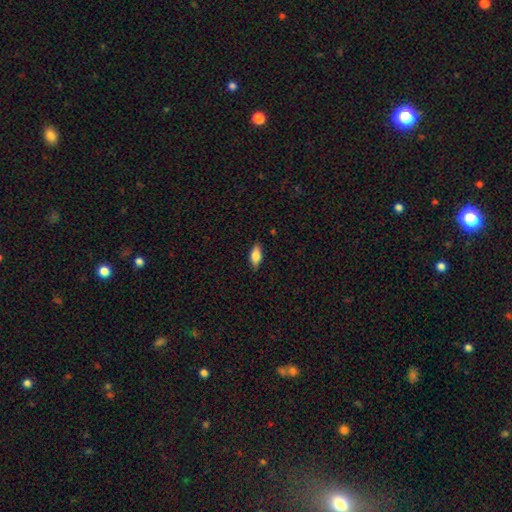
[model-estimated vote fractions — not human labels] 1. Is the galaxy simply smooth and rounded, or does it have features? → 68% smooth, 25% featured or disk, 7% star or artifact.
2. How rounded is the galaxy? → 79% in between, 18% cigar-shaped, 4% round.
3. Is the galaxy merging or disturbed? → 86% none, 11% minor disturbance, 2% major disturbance, 1% merger.